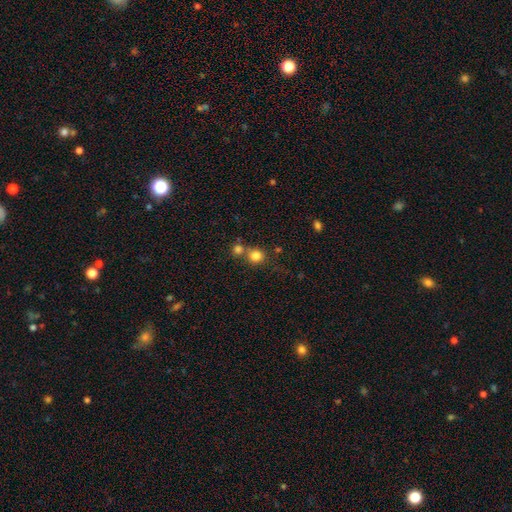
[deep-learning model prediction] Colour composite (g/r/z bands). It shows a smooth galaxy with no disk features (81%) that is round (87%). Merging: none (55%).